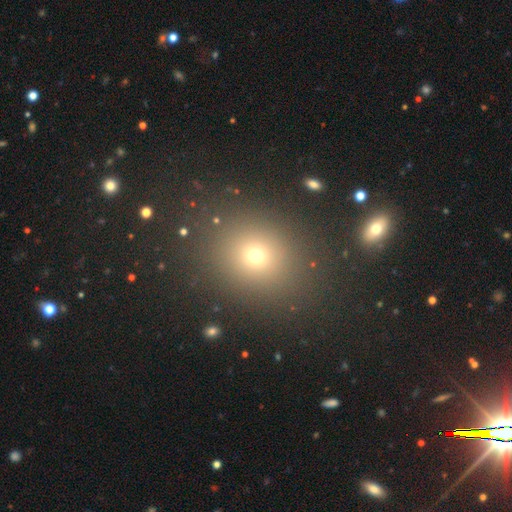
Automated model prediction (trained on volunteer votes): A smooth galaxy with no disk features (65%) that is round (66%). Merging: none (86%).